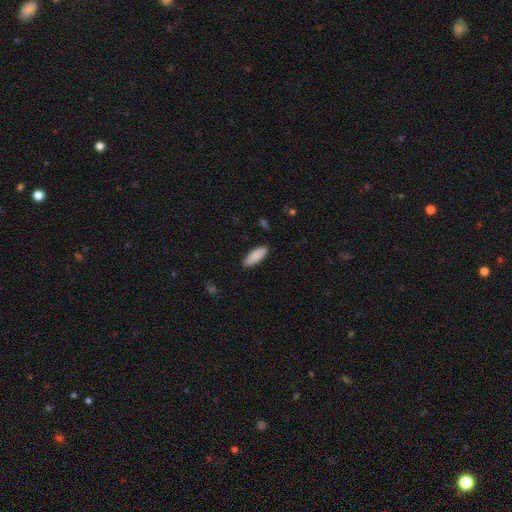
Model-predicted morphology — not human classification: A smooth galaxy with no disk features (89%) that is in between round and cigar-shaped (68%).

Vote fractions:
- Smooth or featured? smooth: 89% / featured or disk: 6% / star or artifact: 6%
- How rounded? in between: 68% / cigar-shaped: 30% / round: 2%
- Merging? none: 88% / minor disturbance: 9% / major disturbance: 2% / merger: 1%